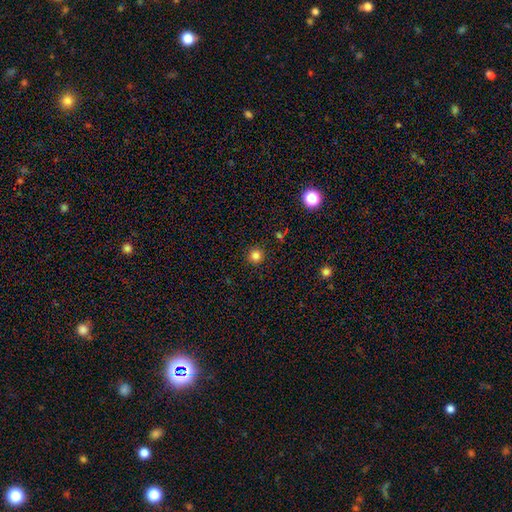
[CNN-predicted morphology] The model was most divided on "smooth or featured": smooth: 83%, star or artifact: 13%, featured or disk: 4%. More confident: how rounded — round (95%); merging — none (92%).